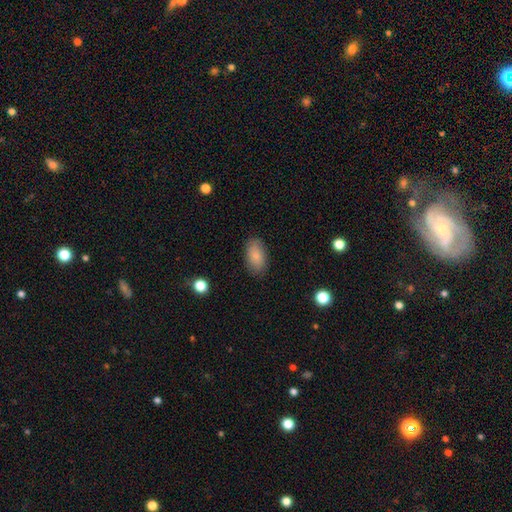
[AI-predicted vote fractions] A smooth galaxy with no disk features (85%) that is in between round and cigar-shaped (93%). Merging: none (85%).